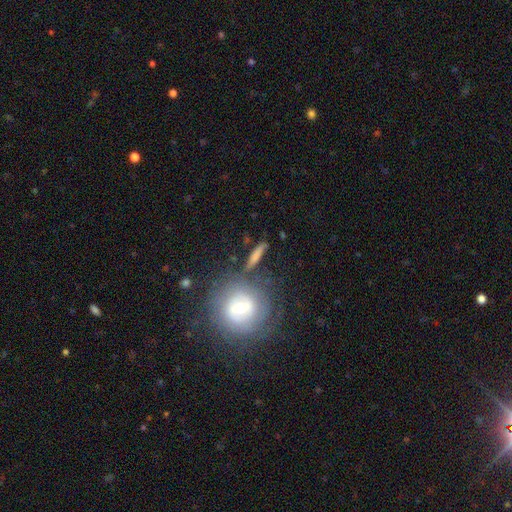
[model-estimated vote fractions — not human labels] This is likely a smooth galaxy (62%). How rounded: likely cigar-shaped (76%). Merging: likely none (72%).